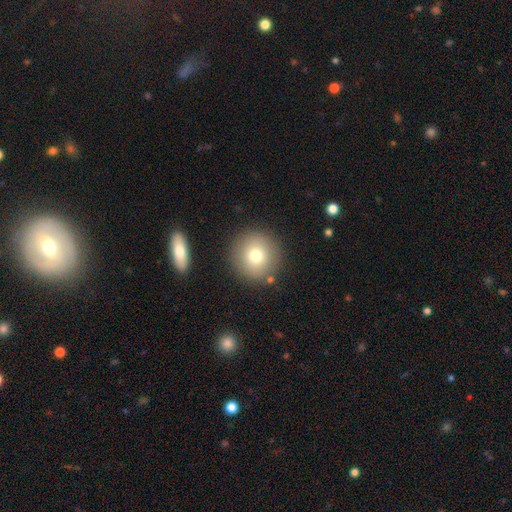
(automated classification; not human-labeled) This is likely a smooth galaxy (76%). How rounded: clearly round (95%). Merging: clearly none (86%).